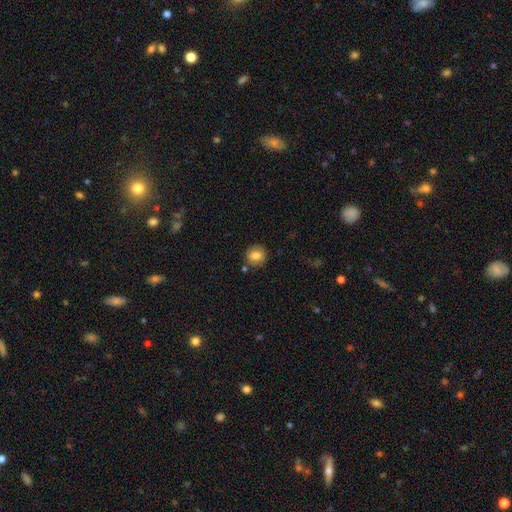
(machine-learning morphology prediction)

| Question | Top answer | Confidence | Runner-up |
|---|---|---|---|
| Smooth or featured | smooth | 81% | featured or disk (10%) |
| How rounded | round | 82% | in between (17%) |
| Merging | none | 83% | minor disturbance (9%) |